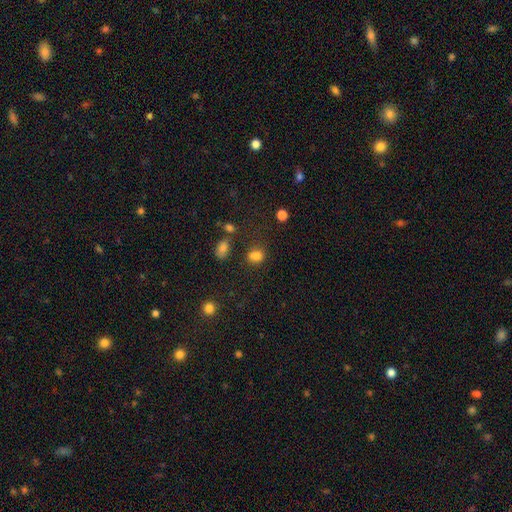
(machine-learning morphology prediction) Smooth or featured?
  - smooth: 78% *
  - star or artifact: 16%
  - featured or disk: 6%
How rounded?
  - in between: 53% *
  - round: 46%
  - cigar-shaped: 2%
Merging?
  - none: 60% *
  - minor disturbance: 18%
  - merger: 15%
  - major disturbance: 7%